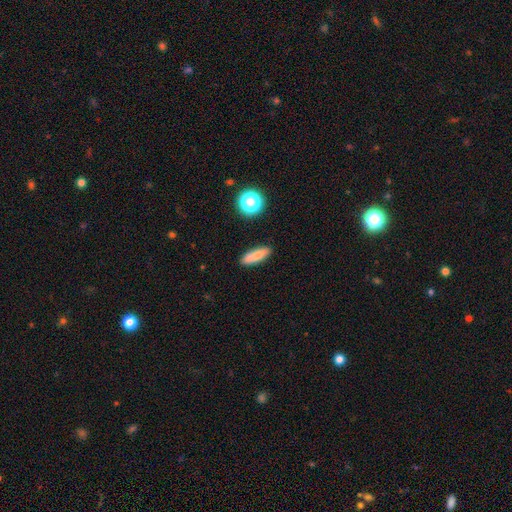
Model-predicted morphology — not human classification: Overall: smooth (76%). How rounded: cigar-shaped (53%; in between 43%). Merging: none (86%).